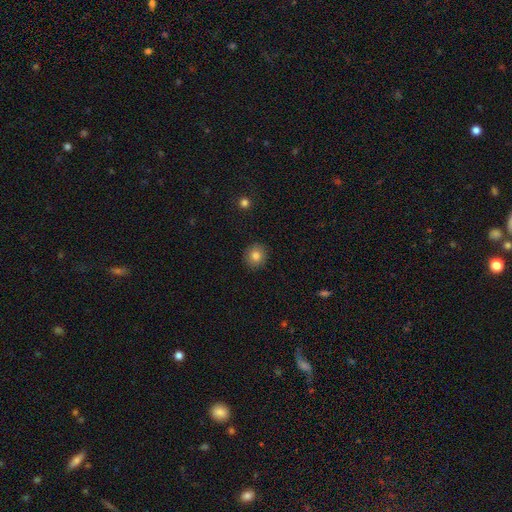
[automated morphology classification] This is clearly a smooth galaxy (80%). How rounded: clearly round (91%). Merging: clearly none (91%).